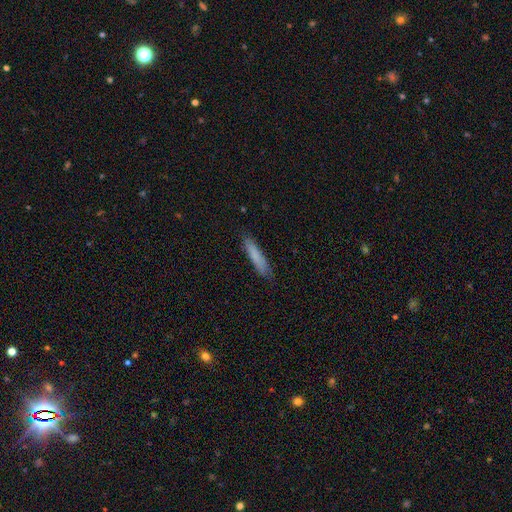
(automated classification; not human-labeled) The model was most divided on "smooth or featured": smooth: 79%, featured or disk: 15%, star or artifact: 6%. More confident: how rounded — cigar-shaped (90%); merging — none (84%).